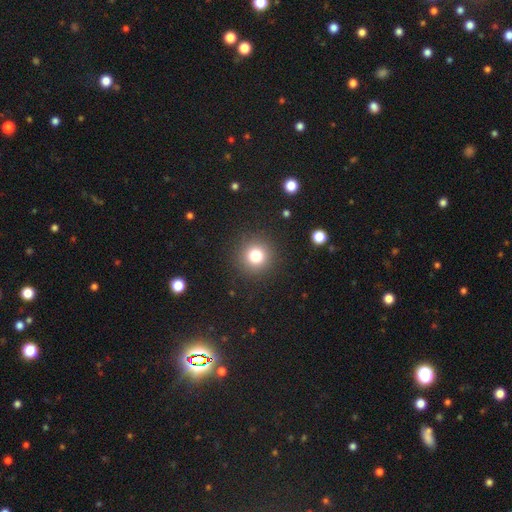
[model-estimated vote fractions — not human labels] smooth_or_featured: smooth (p=0.79) [alt: star or artifact p=0.13]
how_rounded: round (p=0.95) [alt: in between p=0.04]
merging: none (p=0.90) [alt: minor disturbance p=0.06]